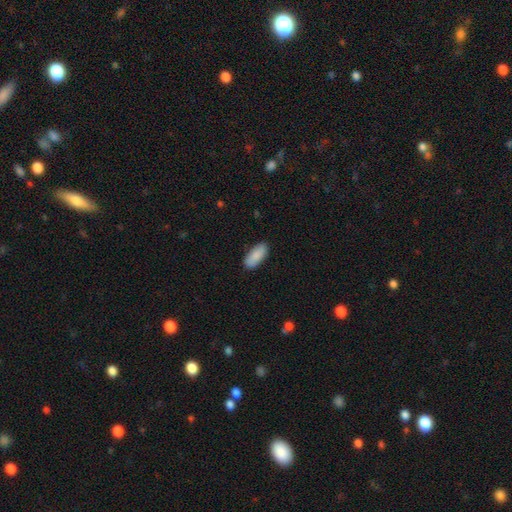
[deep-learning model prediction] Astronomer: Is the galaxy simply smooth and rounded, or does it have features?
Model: smooth — 89%.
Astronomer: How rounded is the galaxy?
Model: in between — 84%.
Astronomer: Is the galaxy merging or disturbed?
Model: none — 87%.